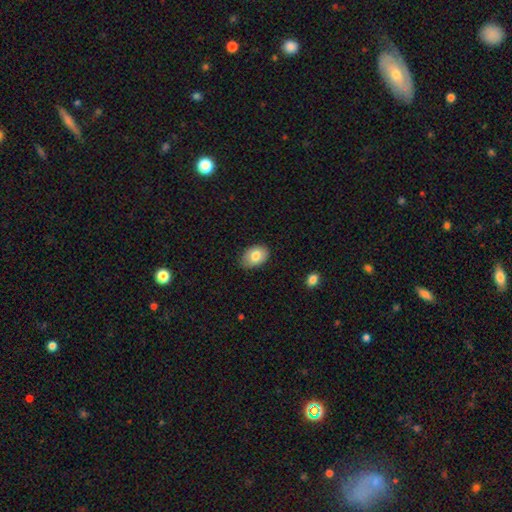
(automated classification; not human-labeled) A smooth galaxy with no disk features (81%) that is in between round and cigar-shaped (85%).

Vote fractions:
- Smooth or featured? smooth: 81% / featured or disk: 12% / star or artifact: 7%
- How rounded? in between: 85% / round: 14% / cigar-shaped: 1%
- Merging? none: 83% / minor disturbance: 14% / major disturbance: 2% / merger: 1%